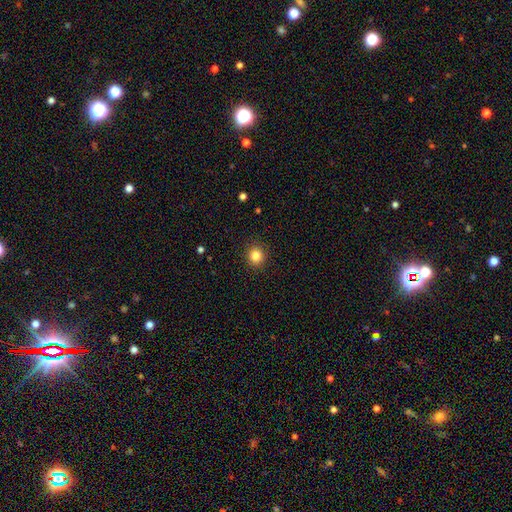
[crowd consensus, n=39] This is clearly a smooth galaxy (87%). How rounded: clearly round (91%). Merging: clearly none (94%).